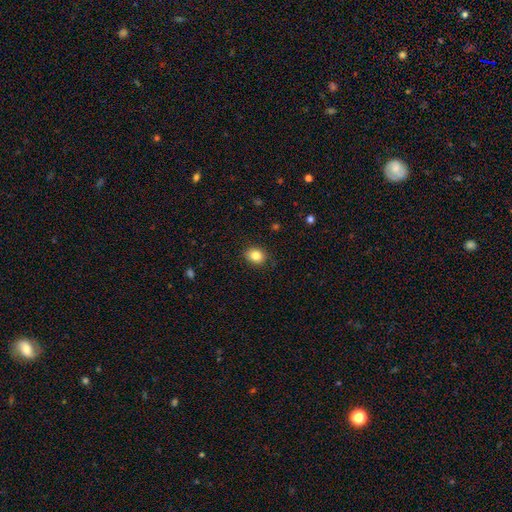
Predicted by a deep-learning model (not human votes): A smooth galaxy with no disk features (84%) that is round (53%).

Vote fractions:
- Smooth or featured? smooth: 84% / star or artifact: 10% / featured or disk: 6%
- How rounded? round: 53% / in between: 46% / cigar-shaped: 1%
- Merging? none: 87% / minor disturbance: 10% / major disturbance: 2% / merger: 1%